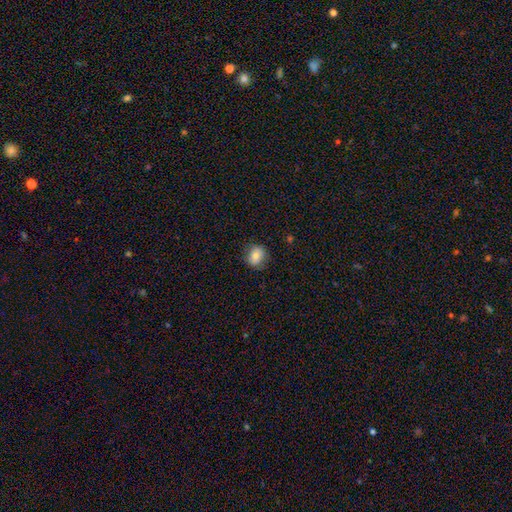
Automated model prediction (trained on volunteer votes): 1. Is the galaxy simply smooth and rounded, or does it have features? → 76% smooth, 15% featured or disk, 9% star or artifact.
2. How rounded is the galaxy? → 61% round, 38% in between, 1% cigar-shaped.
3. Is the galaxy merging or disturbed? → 80% none, 15% minor disturbance, 4% major disturbance, 1% merger.